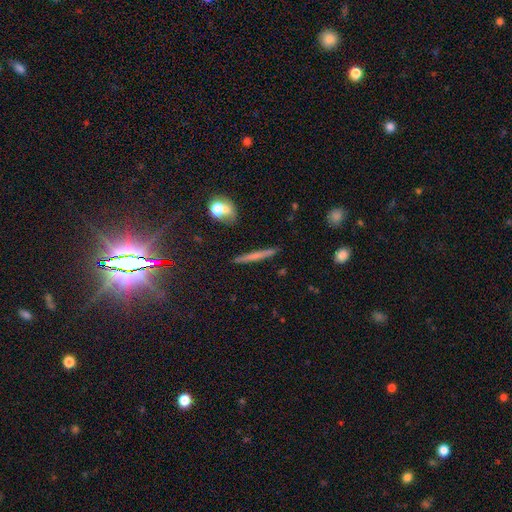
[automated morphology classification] Q: Smooth or featured?
A: smooth (53%); runner-up: featured or disk (38%)
Q: How rounded?
A: cigar-shaped (93%); runner-up: in between (4%)
Q: Merging?
A: none (88%); runner-up: minor disturbance (8%)